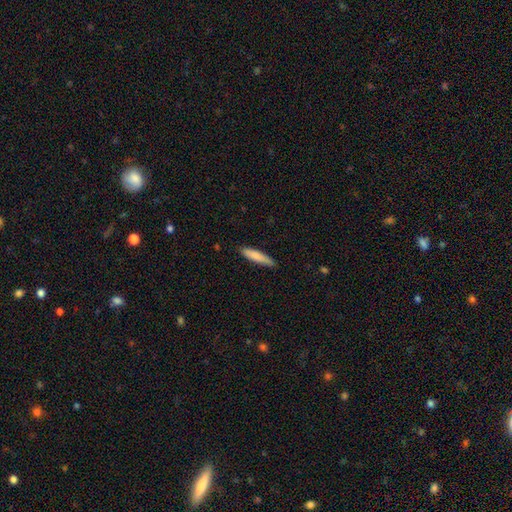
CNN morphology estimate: Q: Smooth or featured?
A: smooth (81%); runner-up: featured or disk (13%)
Q: How rounded?
A: cigar-shaped (84%); runner-up: in between (15%)
Q: Merging?
A: none (80%); runner-up: minor disturbance (16%)